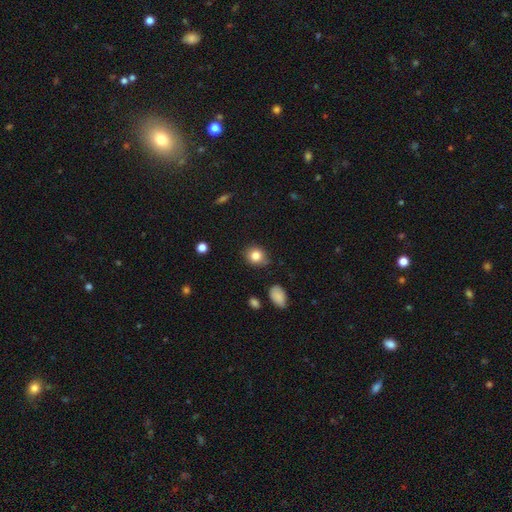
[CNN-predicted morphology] Smooth or featured? Predicted: smooth (p=0.83). How rounded? Predicted: round (p=0.73). Merging? Predicted: none (p=0.82).